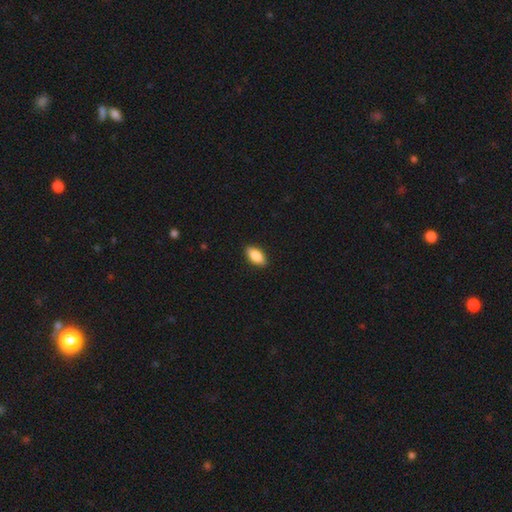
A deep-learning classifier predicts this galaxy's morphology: Smooth or featured?
  - smooth: 85% *
  - featured or disk: 8%
  - star or artifact: 7%
How rounded?
  - in between: 89% *
  - cigar-shaped: 7%
  - round: 3%
Merging?
  - none: 89% *
  - minor disturbance: 8%
  - major disturbance: 2%
  - merger: 1%